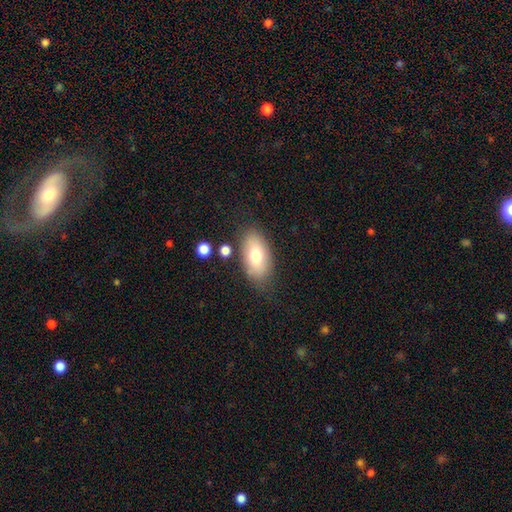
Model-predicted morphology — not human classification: Smooth or featured? Predicted: smooth (p=0.72). How rounded? Predicted: in between (p=0.91). Merging? Predicted: none (p=0.76).